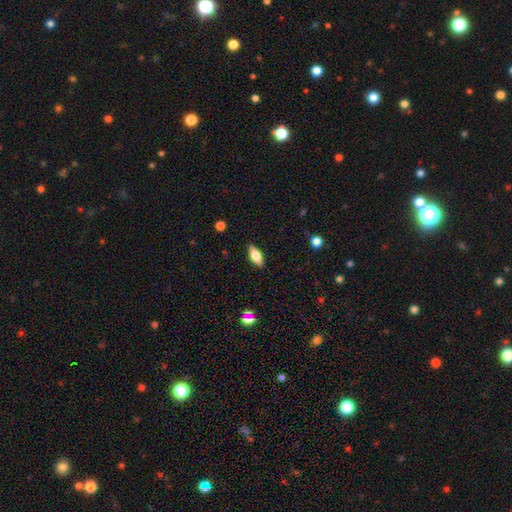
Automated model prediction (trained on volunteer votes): Morphology: type=smooth (55%); roundness=in between (72%); merging=none (88%).